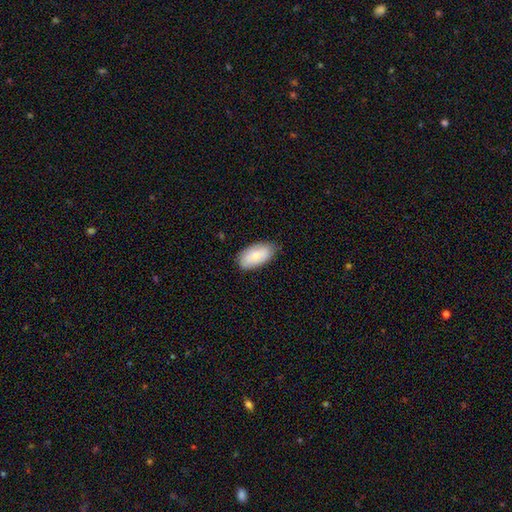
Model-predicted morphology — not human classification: Q: Smooth or featured?
A: smooth (79%); runner-up: featured or disk (15%)
Q: How rounded?
A: in between (94%); runner-up: cigar-shaped (3%)
Q: Merging?
A: none (77%); runner-up: minor disturbance (19%)